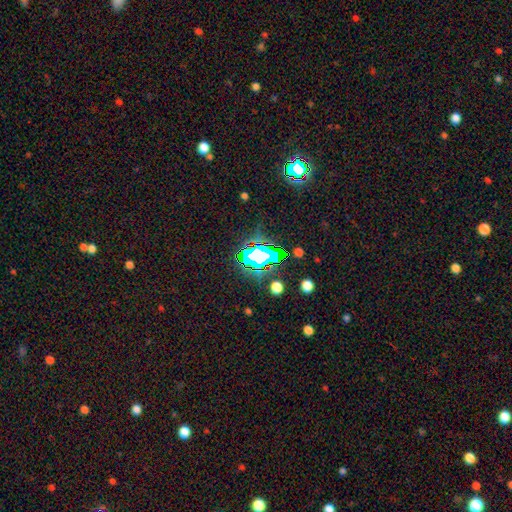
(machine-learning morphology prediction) Smooth or featured? star or artifact (59%)